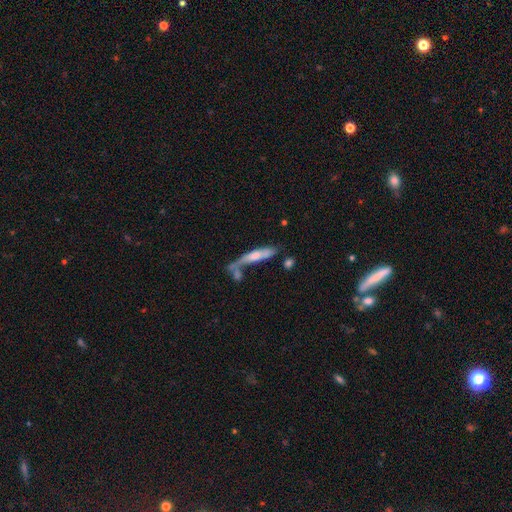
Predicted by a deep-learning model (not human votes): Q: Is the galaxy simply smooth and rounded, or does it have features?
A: smooth — 56%.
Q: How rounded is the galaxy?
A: cigar-shaped — 76%.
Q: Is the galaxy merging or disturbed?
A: none — 37%.